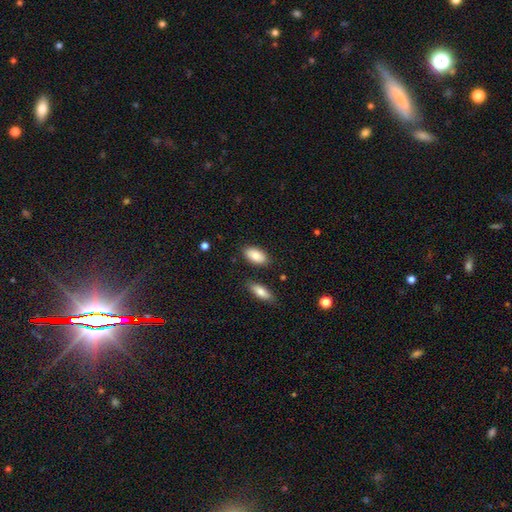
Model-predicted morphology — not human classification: Smooth or featured? Predicted: smooth (p=0.84). How rounded? Predicted: in between (p=0.92). Merging? Predicted: none (p=0.82).